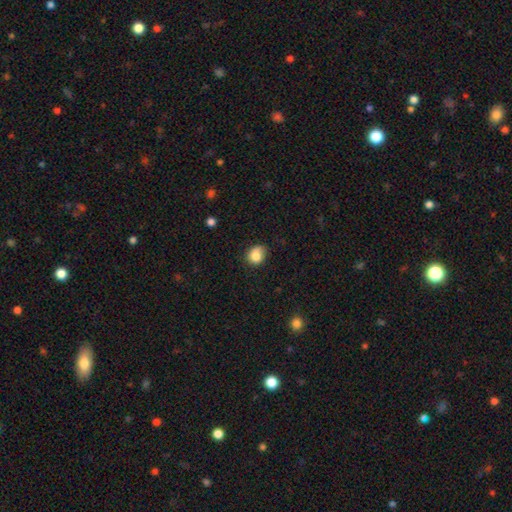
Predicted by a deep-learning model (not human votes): smooth 83%, star or artifact 10%, featured or disk 8%. Down the decision tree: how rounded — round (62%); merging — none (58%).